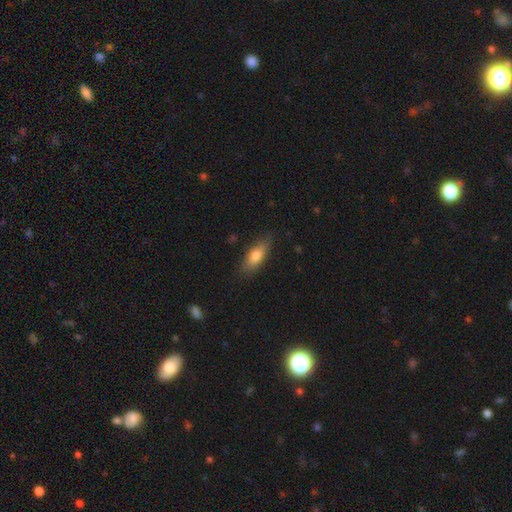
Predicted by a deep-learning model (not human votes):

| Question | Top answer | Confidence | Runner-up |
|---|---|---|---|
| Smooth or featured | smooth | 75% | featured or disk (19%) |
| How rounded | in between | 67% | cigar-shaped (30%) |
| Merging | none | 80% | minor disturbance (16%) |